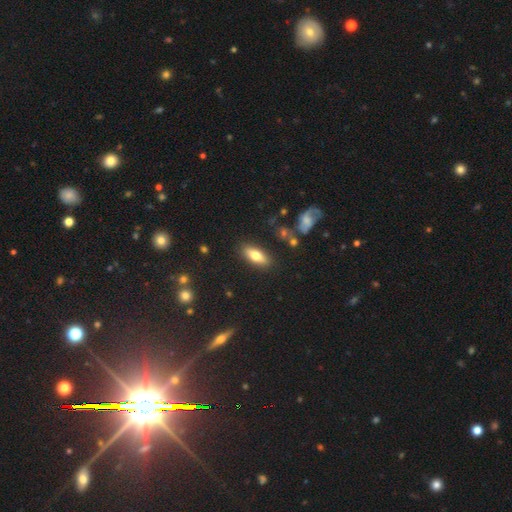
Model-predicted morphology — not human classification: Smooth or featured: smooth — 69% (featured or disk — 24%)
How rounded: in between — 71% (cigar-shaped — 26%)
Merging: none — 86% (minor disturbance — 9%)